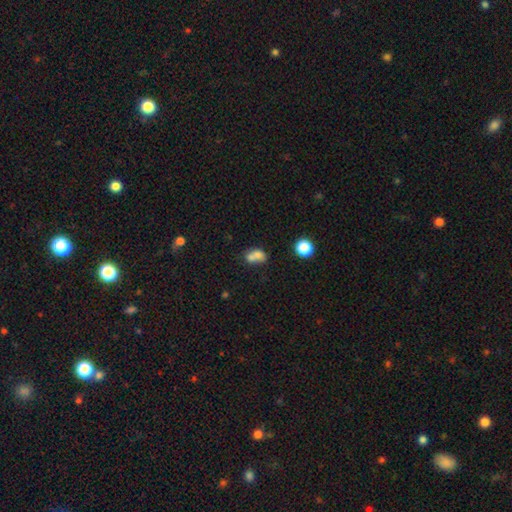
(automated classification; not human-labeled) Smooth or featured: smooth — 72% (featured or disk — 16%)
How rounded: in between — 59% (round — 39%)
Merging: merger — 58% (none — 25%)